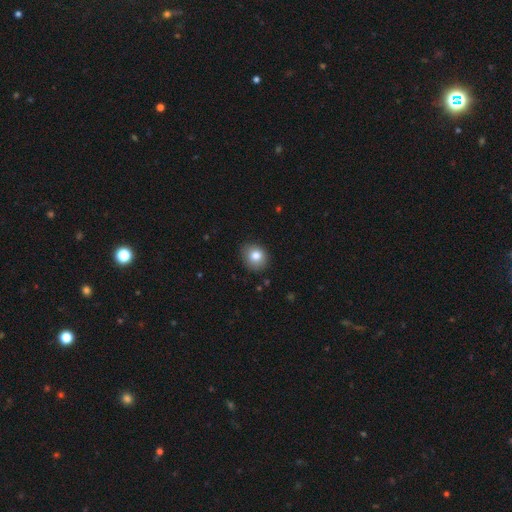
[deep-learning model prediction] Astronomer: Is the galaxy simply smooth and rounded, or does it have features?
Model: smooth — 82%.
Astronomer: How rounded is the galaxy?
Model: round — 67%.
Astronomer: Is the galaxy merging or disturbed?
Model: none — 82%.